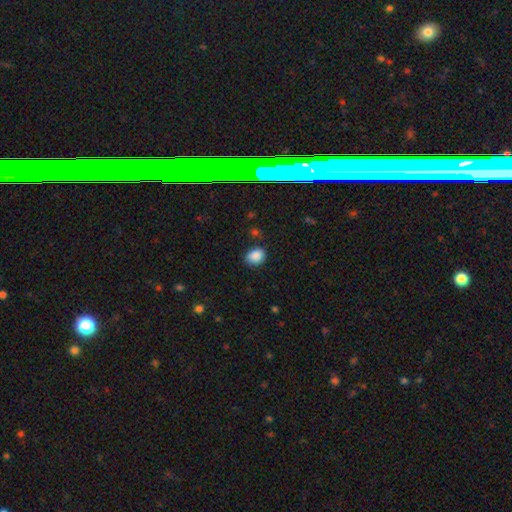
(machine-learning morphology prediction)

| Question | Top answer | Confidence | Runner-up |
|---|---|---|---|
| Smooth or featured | smooth | 85% | star or artifact (11%) |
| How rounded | in between | 51% | round (48%) |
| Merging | none | 79% | minor disturbance (16%) |